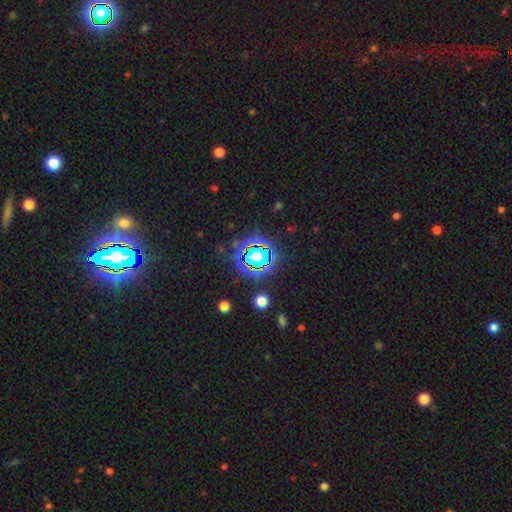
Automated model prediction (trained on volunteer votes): This appears to be a star or artifact, not a galaxy (68%).